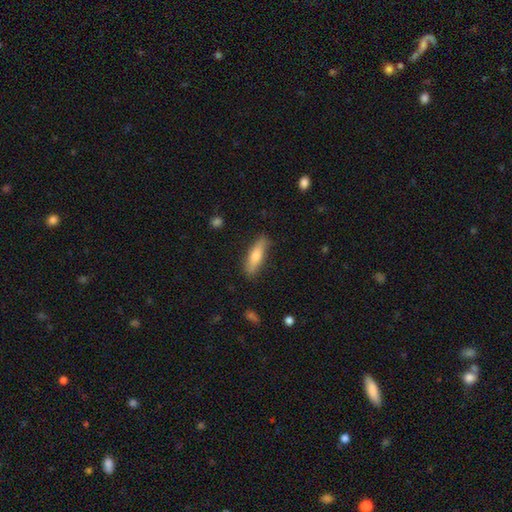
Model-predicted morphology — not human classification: A smooth galaxy with no disk features (71%) that is cigar-shaped (63%). Merging: none (85%).